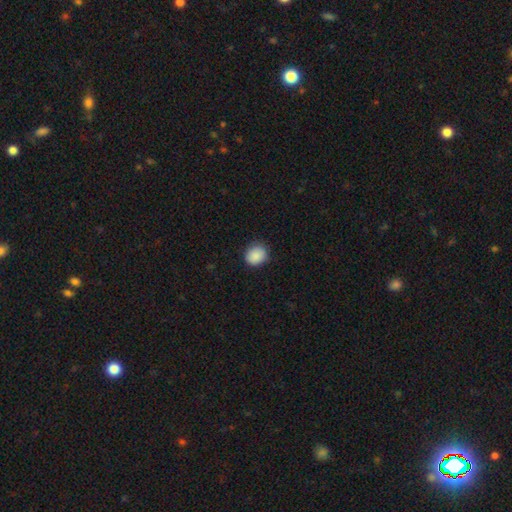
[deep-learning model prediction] This is clearly a smooth galaxy (89%). How rounded: likely round (77%). Merging: clearly none (83%).